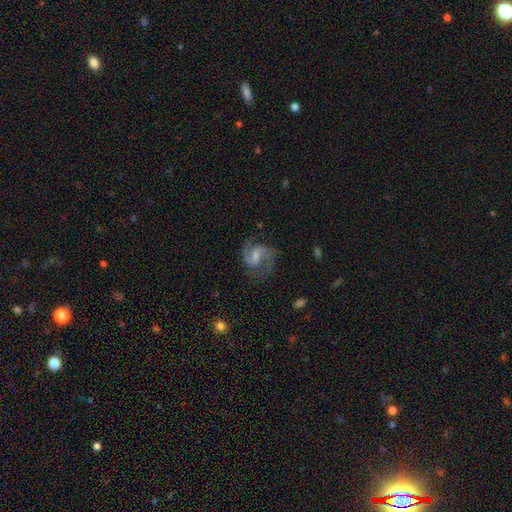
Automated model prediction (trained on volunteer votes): smooth_or_featured: featured or disk (p=0.86) [alt: smooth p=0.08]
disk_edge_on: no (p=0.98) [alt: yes p=0.02]
bar: weak (p=0.57) [alt: no p=0.26]
has_spiral_arms: yes (p=0.97) [alt: no p=0.03]
spiral_winding: medium (p=0.59) [alt: loose p=0.26]
spiral_arm_count: 2 (p=0.89) [alt: can't tell p=0.03]
bulge_size: small (p=0.43) [alt: moderate p=0.39]
merging: none (p=0.69) [alt: minor disturbance p=0.18]